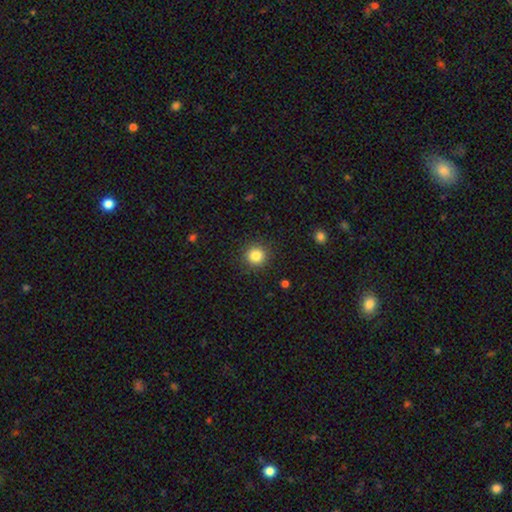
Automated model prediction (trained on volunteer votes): This appears to be a smooth galaxy with no disk features (84%) that is round (93%). Merging: none (90%).